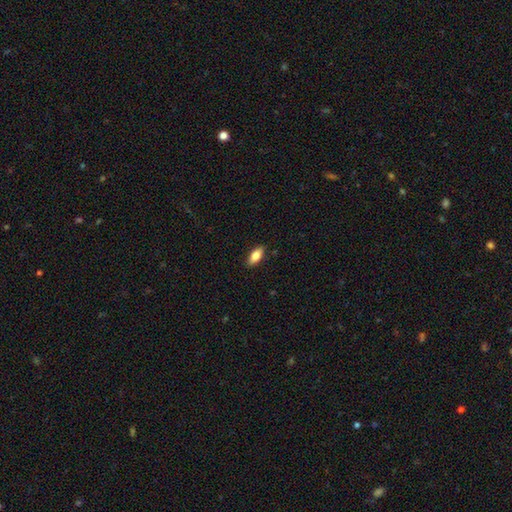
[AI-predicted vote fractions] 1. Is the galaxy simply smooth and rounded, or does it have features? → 81% smooth, 13% featured or disk, 7% star or artifact.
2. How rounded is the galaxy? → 88% in between, 10% cigar-shaped, 3% round.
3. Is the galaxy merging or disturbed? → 88% none, 9% minor disturbance, 2% major disturbance, 1% merger.